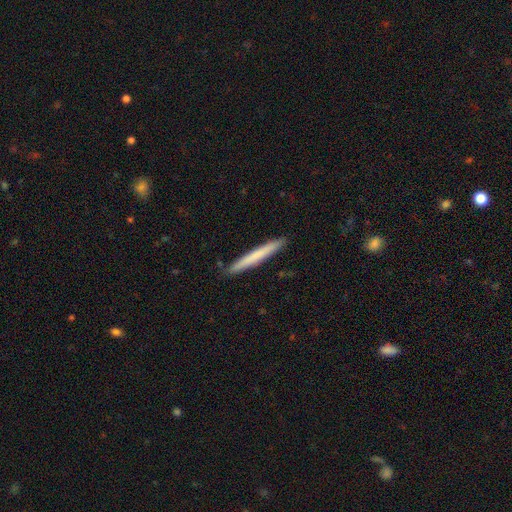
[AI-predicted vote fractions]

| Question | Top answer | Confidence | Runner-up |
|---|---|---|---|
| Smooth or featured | smooth | 68% | featured or disk (27%) |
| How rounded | cigar-shaped | 97% | in between (2%) |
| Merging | none | 91% | minor disturbance (6%) |